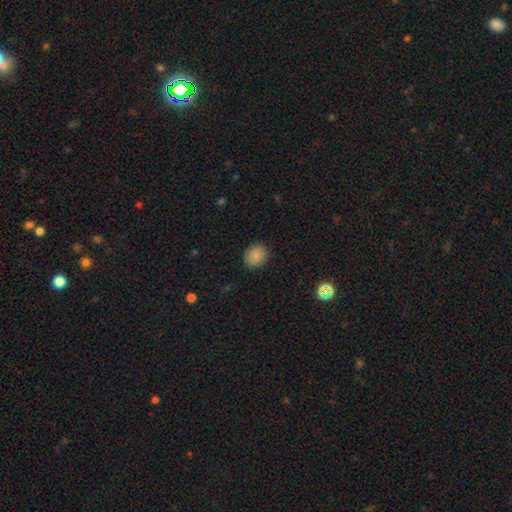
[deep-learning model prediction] Smooth or featured? smooth (84%)
How rounded? round (69%)
Merging? none (85%)